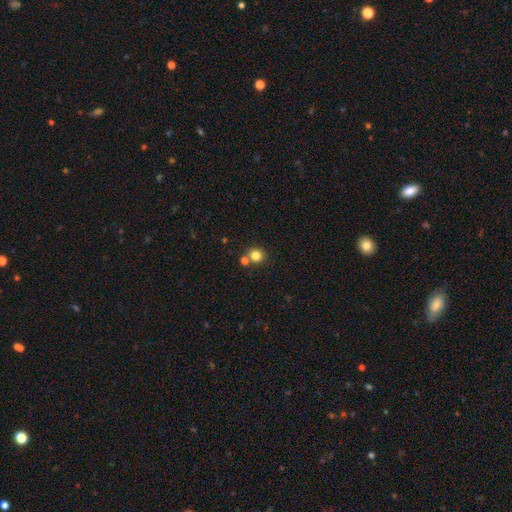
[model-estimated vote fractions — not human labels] Q: Smooth or featured?
A: smooth (81%); runner-up: star or artifact (13%)
Q: How rounded?
A: round (90%); runner-up: in between (9%)
Q: Merging?
A: none (73%); runner-up: merger (18%)